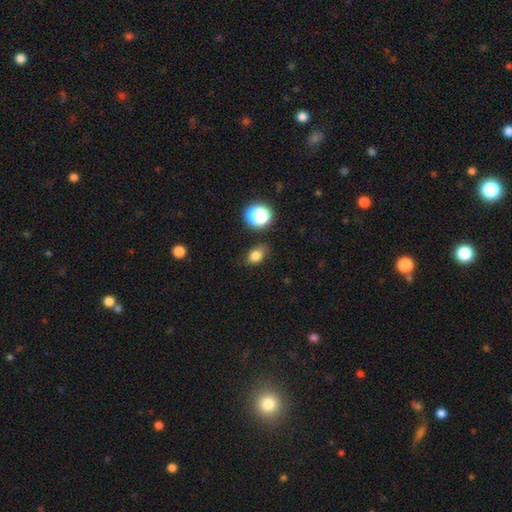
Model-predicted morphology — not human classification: smooth 78%, star or artifact 14%, featured or disk 8%. Down the decision tree: how rounded — in between (69%); merging — none (72%).